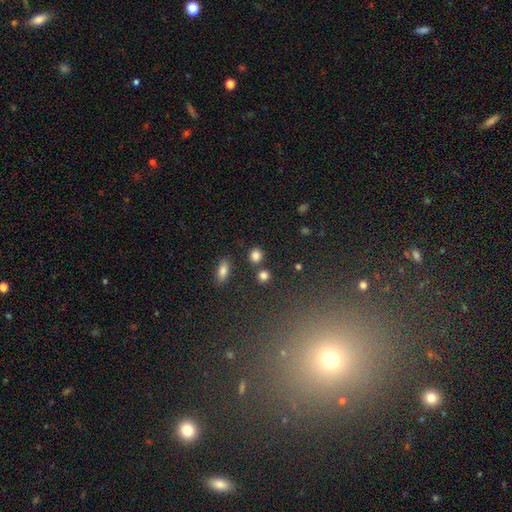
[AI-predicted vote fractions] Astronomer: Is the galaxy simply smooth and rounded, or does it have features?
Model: smooth — 84%.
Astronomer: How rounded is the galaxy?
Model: round — 83%.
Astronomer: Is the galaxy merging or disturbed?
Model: none — 79%.